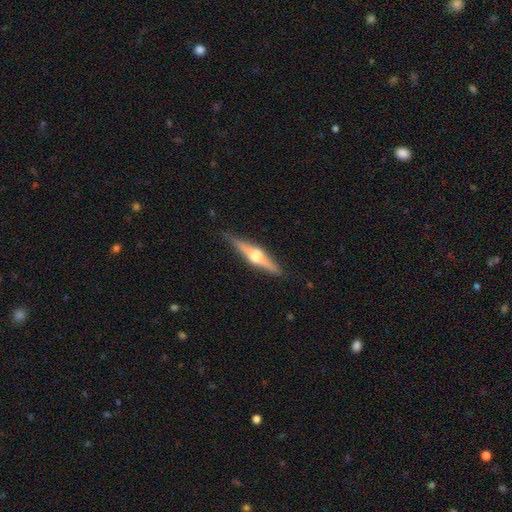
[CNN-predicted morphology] Smooth or featured? featured or disk (74%)
Edge-on disk? yes (97%)
Edge-on bulge? rounded (95%)
Merging? none (86%)